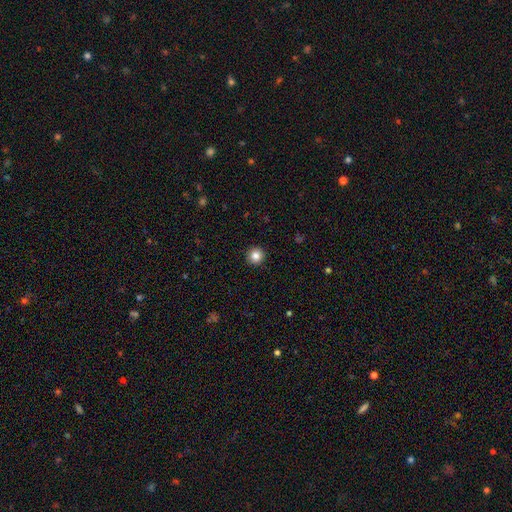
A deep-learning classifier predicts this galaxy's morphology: A smooth galaxy with no disk features (84%) that is round (95%).

Vote fractions:
- Smooth or featured? smooth: 84% / star or artifact: 11% / featured or disk: 5%
- How rounded? round: 95% / in between: 4% / cigar-shaped: 1%
- Merging? none: 93% / minor disturbance: 4% / major disturbance: 1% / merger: 1%